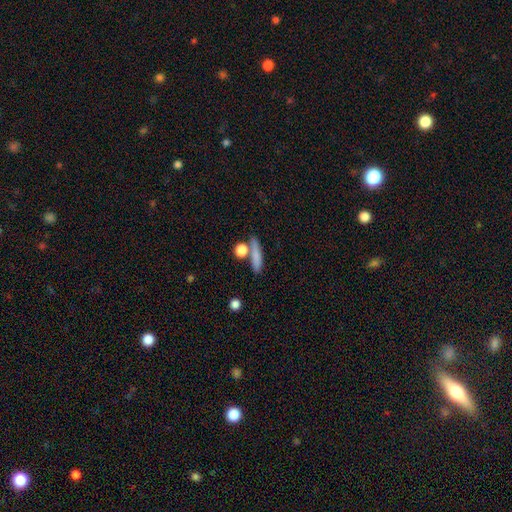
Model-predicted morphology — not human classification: This appears to be a smooth galaxy with no disk features (78%) that is cigar-shaped (64%). Merging: none (66%).